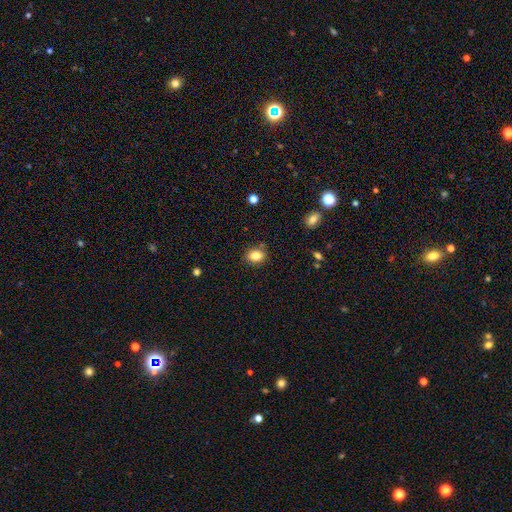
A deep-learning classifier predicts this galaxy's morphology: smooth 84%, star or artifact 10%, featured or disk 6%. Down the decision tree: how rounded — in between (64%); merging — none (81%).